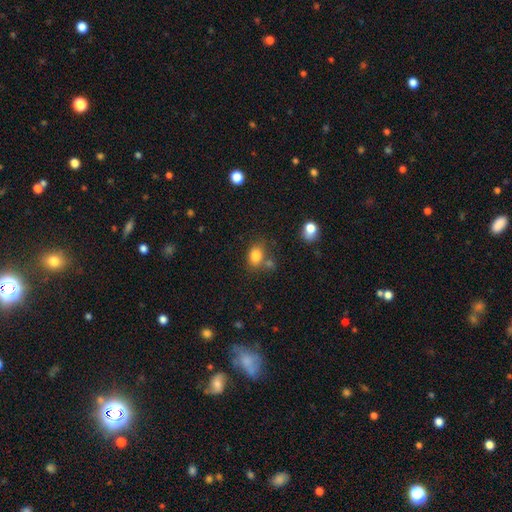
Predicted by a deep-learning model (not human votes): This is clearly a smooth galaxy (82%). How rounded: likely in between (68%). Merging: likely none (64%).